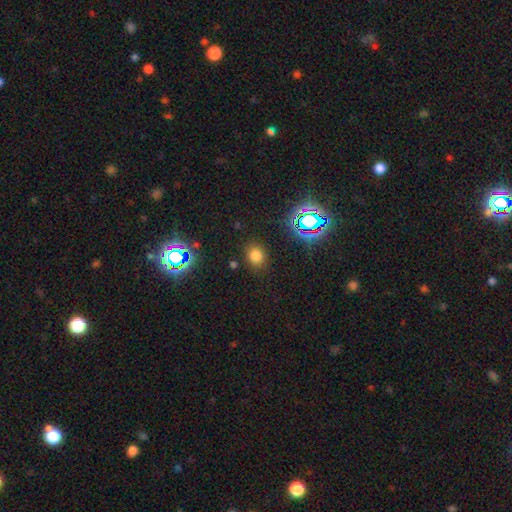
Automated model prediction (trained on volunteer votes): Smooth or featured? smooth (73%)
How rounded? round (67%)
Merging? none (84%)